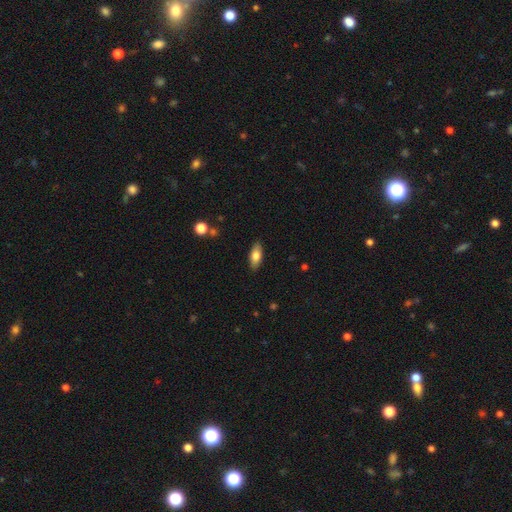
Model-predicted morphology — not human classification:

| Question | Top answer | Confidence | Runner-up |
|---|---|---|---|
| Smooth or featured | smooth | 76% | featured or disk (17%) |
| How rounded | in between | 81% | cigar-shaped (17%) |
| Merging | none | 88% | minor disturbance (9%) |